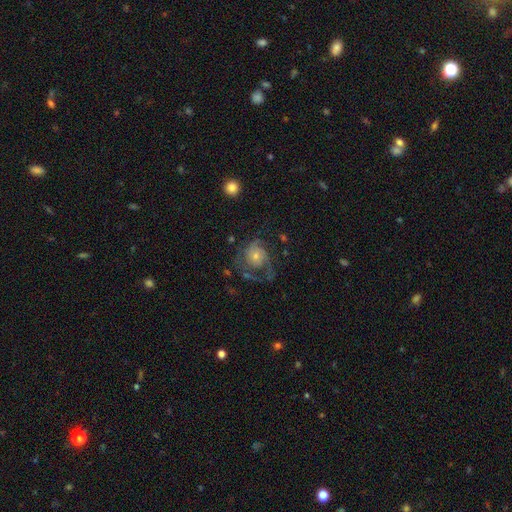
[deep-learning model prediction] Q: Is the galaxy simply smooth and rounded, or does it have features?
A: featured or disk — 78%.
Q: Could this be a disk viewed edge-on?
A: no — 98%.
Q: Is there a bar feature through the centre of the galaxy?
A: no — 78%.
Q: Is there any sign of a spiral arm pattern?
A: yes — 91%.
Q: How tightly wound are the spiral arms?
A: medium — 44%.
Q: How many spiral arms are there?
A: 2 — 48%.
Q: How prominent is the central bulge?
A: small — 54%.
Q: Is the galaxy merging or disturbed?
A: none — 52%.